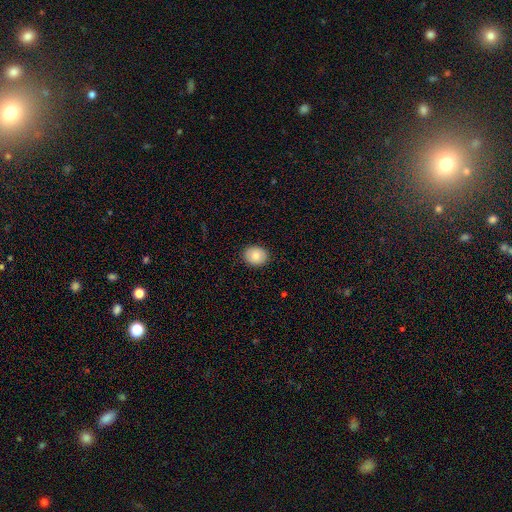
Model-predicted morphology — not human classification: smooth 83%, featured or disk 9%, star or artifact 8%. Down the decision tree: how rounded — round (58%); merging — none (89%).